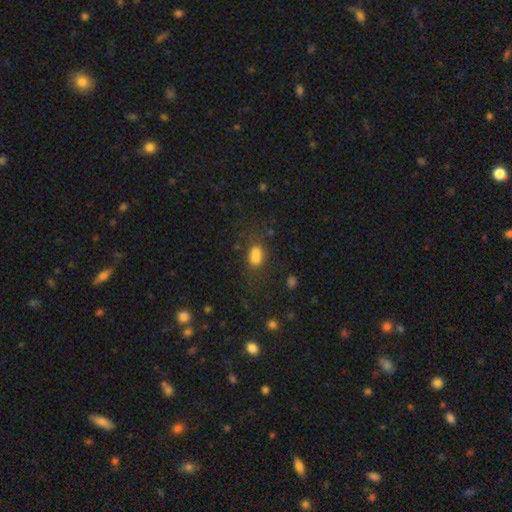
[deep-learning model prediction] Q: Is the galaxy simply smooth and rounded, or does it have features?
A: smooth — 76%.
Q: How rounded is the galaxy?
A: in between — 79%.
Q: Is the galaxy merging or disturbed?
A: none — 53%.